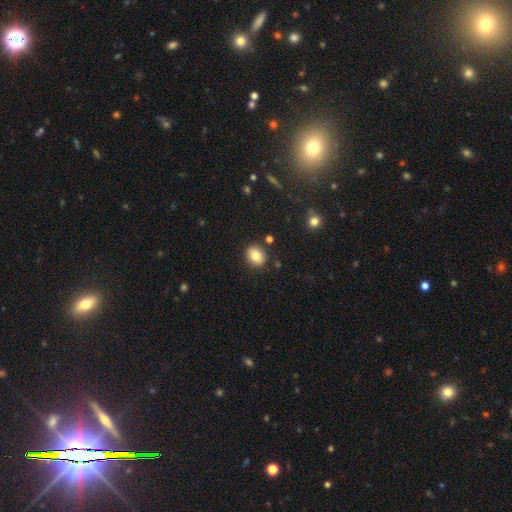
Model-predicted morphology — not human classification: Smooth or featured? smooth (82%)
How rounded? round (53%)
Merging? none (86%)